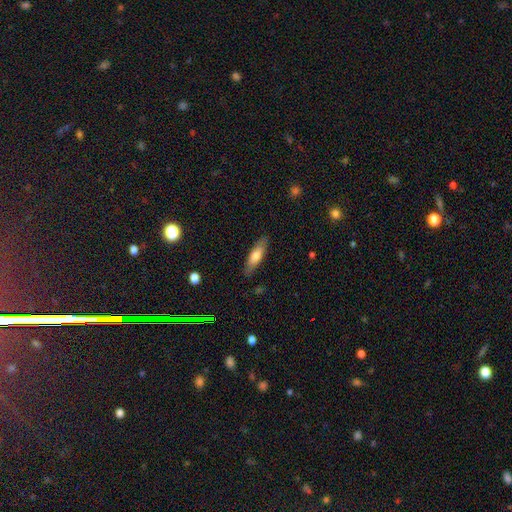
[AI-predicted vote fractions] smooth_or_featured: smooth (p=0.66) [alt: featured or disk p=0.28]
how_rounded: cigar-shaped (p=0.60) [alt: in between p=0.39]
merging: none (p=0.85) [alt: minor disturbance p=0.11]